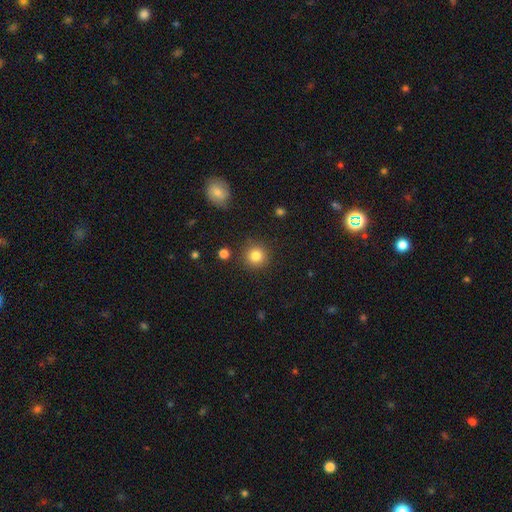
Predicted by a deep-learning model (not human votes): Smooth or featured? Predicted: smooth (p=0.83). How rounded? Predicted: round (p=0.93). Merging? Predicted: none (p=0.88).